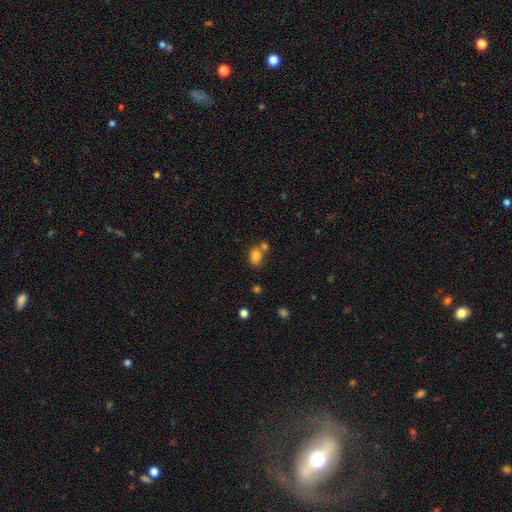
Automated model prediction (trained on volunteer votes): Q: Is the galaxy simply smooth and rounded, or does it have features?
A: smooth — 80%.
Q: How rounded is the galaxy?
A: in between — 61%.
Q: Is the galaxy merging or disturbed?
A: none — 55%.